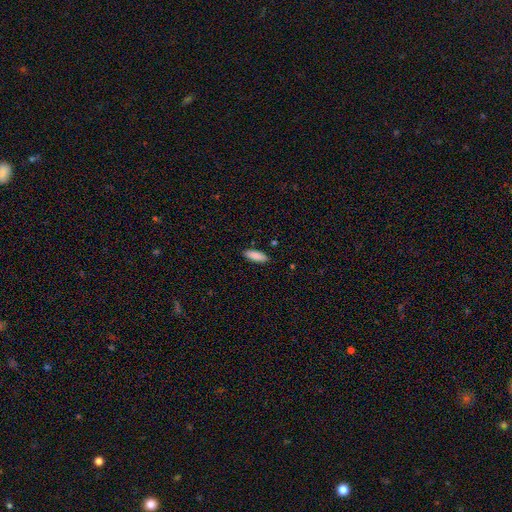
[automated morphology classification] A smooth galaxy with no disk features (89%) that is in between round and cigar-shaped (65%).

Vote fractions:
- Smooth or featured? smooth: 89% / star or artifact: 6% / featured or disk: 5%
- How rounded? in between: 65% / cigar-shaped: 34% / round: 2%
- Merging? none: 88% / minor disturbance: 9% / major disturbance: 2% / merger: 1%